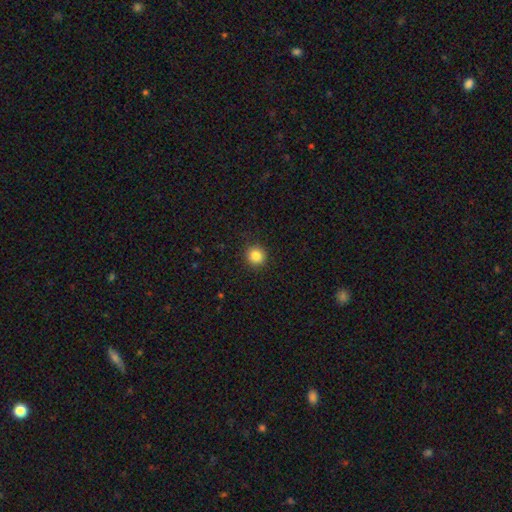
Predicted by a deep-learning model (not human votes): This appears to be a smooth galaxy with no disk features (85%) that is round (94%). Merging: none (92%).